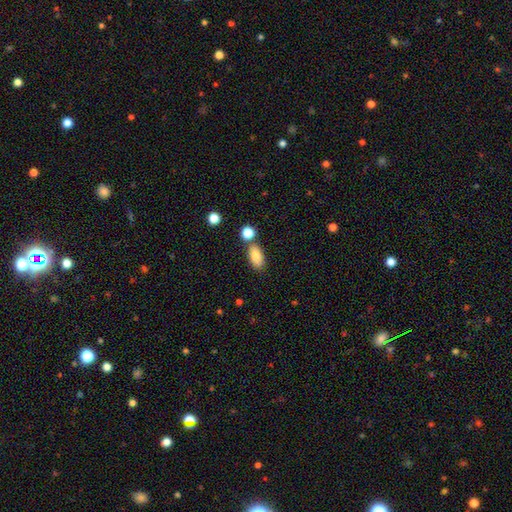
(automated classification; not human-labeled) Overall: smooth (83%). How rounded: in between (88%). Merging: none (71%).